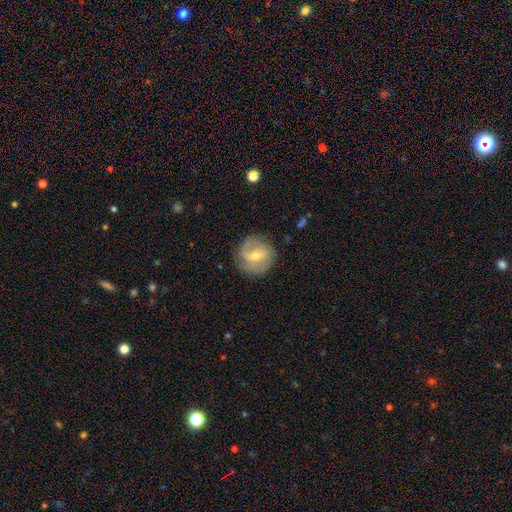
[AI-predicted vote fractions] Q: Smooth or featured?
A: featured or disk (57%); runner-up: smooth (36%)
Q: Edge-on disk?
A: no (96%); runner-up: yes (4%)
Q: Bar?
A: weak (51%); runner-up: no (29%)
Q: Spiral arms?
A: yes (76%); runner-up: no (24%)
Q: Bulge size?
A: moderate (50%); runner-up: small (46%)
Q: Merging?
A: none (79%); runner-up: minor disturbance (14%)